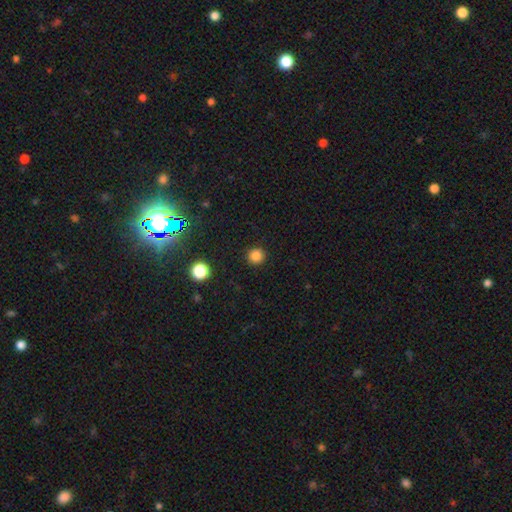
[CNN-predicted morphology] Smooth or featured? Predicted: smooth (p=0.84). How rounded? Predicted: round (p=0.95). Merging? Predicted: none (p=0.92).